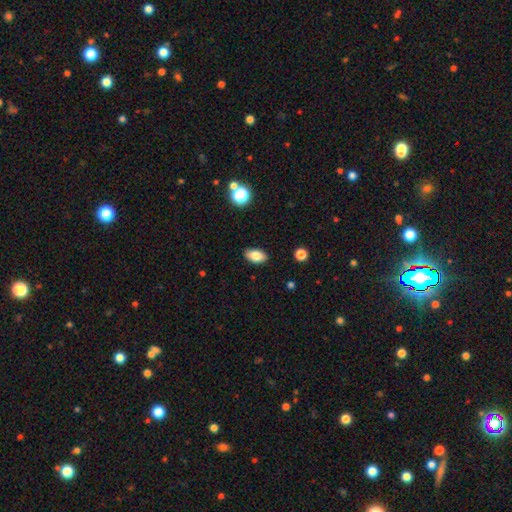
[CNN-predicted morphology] Smooth or featured?
  - smooth: 81% *
  - featured or disk: 11%
  - star or artifact: 9%
How rounded?
  - in between: 92% *
  - round: 6%
  - cigar-shaped: 3%
Merging?
  - none: 88% *
  - minor disturbance: 9%
  - major disturbance: 2%
  - merger: 1%